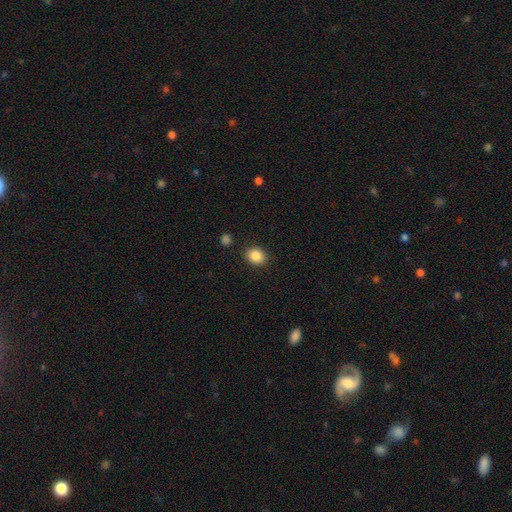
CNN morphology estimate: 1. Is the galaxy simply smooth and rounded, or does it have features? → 87% smooth, 9% star or artifact, 4% featured or disk.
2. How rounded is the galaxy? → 58% round, 42% in between, 1% cigar-shaped.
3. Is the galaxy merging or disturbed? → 87% none, 8% minor disturbance, 2% major disturbance, 2% merger.